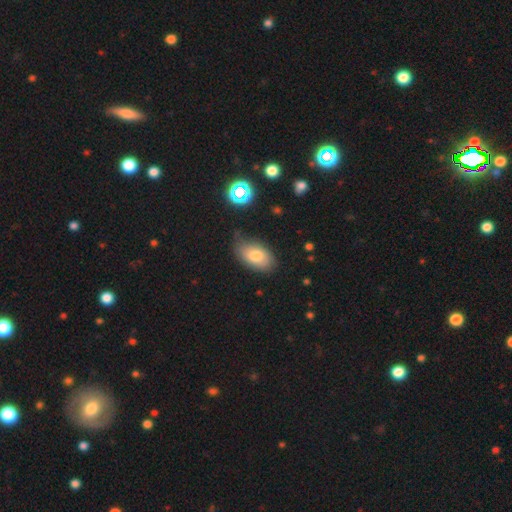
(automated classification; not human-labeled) Smooth or featured?
  - smooth: 74% *
  - featured or disk: 16%
  - star or artifact: 10%
How rounded?
  - in between: 91% *
  - round: 7%
  - cigar-shaped: 2%
Merging?
  - none: 69% *
  - minor disturbance: 23%
  - major disturbance: 5%
  - merger: 3%